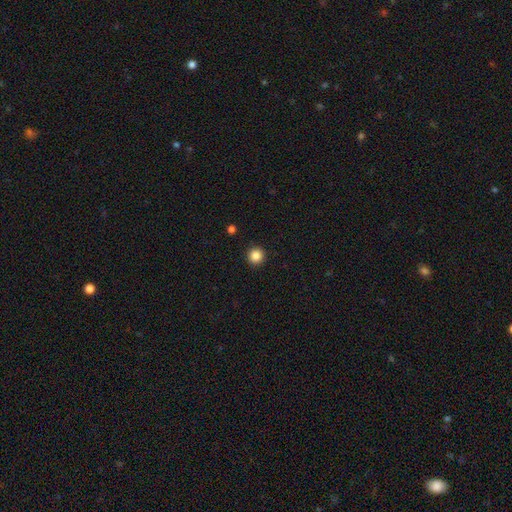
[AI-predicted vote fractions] Q: Smooth or featured?
A: smooth (85%); runner-up: star or artifact (11%)
Q: How rounded?
A: round (96%); runner-up: in between (3%)
Q: Merging?
A: none (93%); runner-up: minor disturbance (4%)